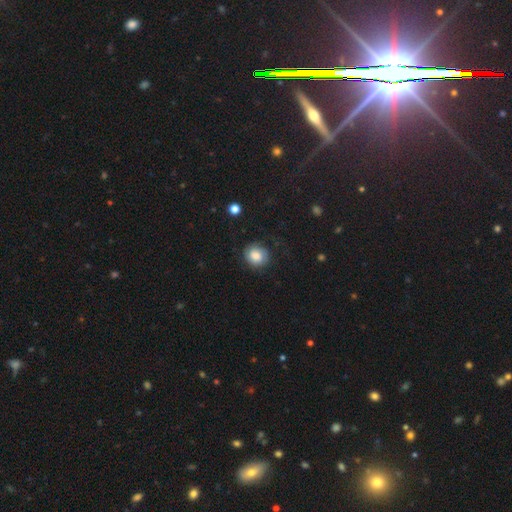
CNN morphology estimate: Smooth or featured? smooth (76%)
How rounded? round (76%)
Merging? none (74%)